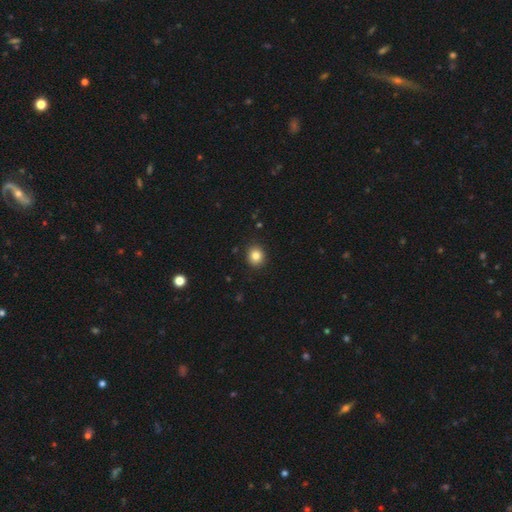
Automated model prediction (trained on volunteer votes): smooth-or-featured: smooth: 84% | star or artifact: 11% | featured or disk: 6%
  how-rounded: round: 79% | in between: 20% | cigar-shaped: 1%
  merging: none: 91% | minor disturbance: 6% | major disturbance: 2% | merger: 1%